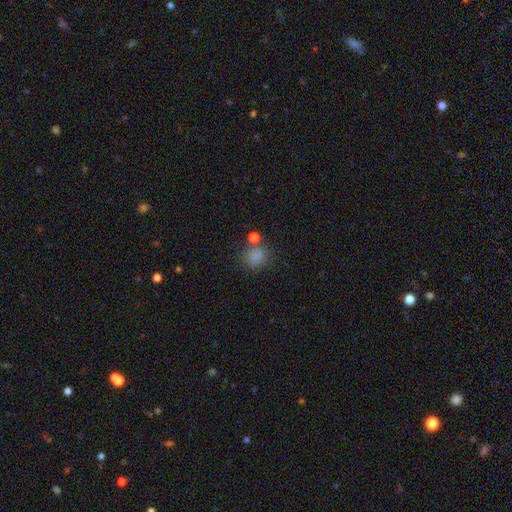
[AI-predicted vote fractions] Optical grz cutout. It shows a smooth galaxy with no disk features (80%) that is round (81%). Merging: none (71%).